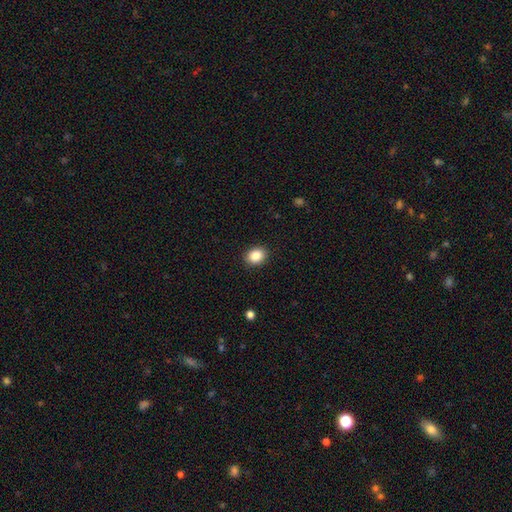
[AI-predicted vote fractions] A smooth galaxy with no disk features (86%) that is round (51%).

Vote fractions:
- Smooth or featured? smooth: 86% / star or artifact: 9% / featured or disk: 5%
- How rounded? round: 51% / in between: 48% / cigar-shaped: 1%
- Merging? none: 91% / minor disturbance: 7% / major disturbance: 2% / merger: 1%